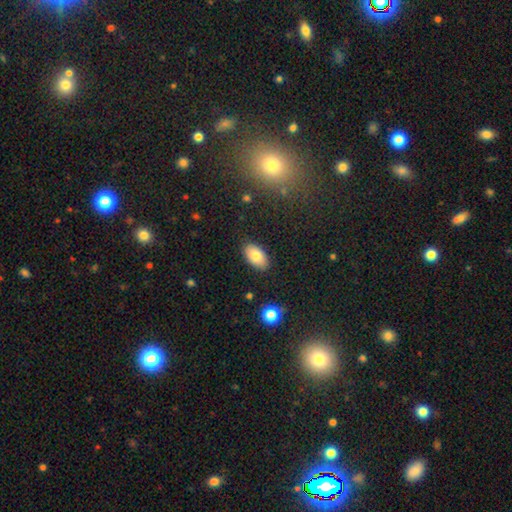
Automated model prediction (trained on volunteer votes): Smooth or featured?
  - smooth: 80% *
  - featured or disk: 11%
  - star or artifact: 8%
How rounded?
  - in between: 94% *
  - round: 4%
  - cigar-shaped: 2%
Merging?
  - none: 87% *
  - minor disturbance: 10%
  - major disturbance: 2%
  - merger: 1%